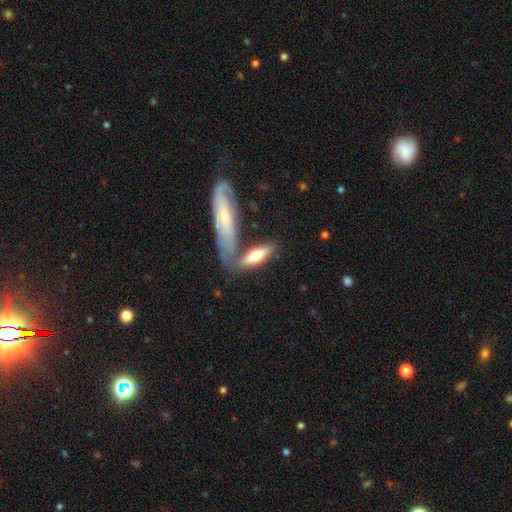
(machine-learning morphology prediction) The model was most divided on "how rounded": cigar-shaped: 57%, in between: 40%, round: 2%. More confident: smooth or featured — smooth (62%); merging — none (51%).